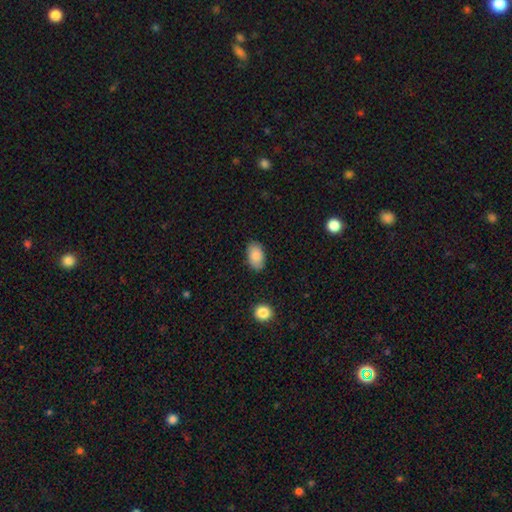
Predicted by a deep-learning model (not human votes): Q: Smooth or featured?
A: smooth (87%); runner-up: star or artifact (7%)
Q: How rounded?
A: in between (93%); runner-up: round (6%)
Q: Merging?
A: none (85%); runner-up: minor disturbance (11%)